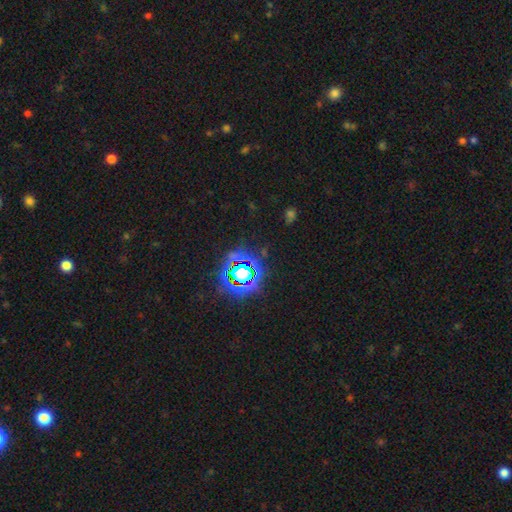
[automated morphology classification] This is clearly a star or artifact rather than a galaxy (82%).